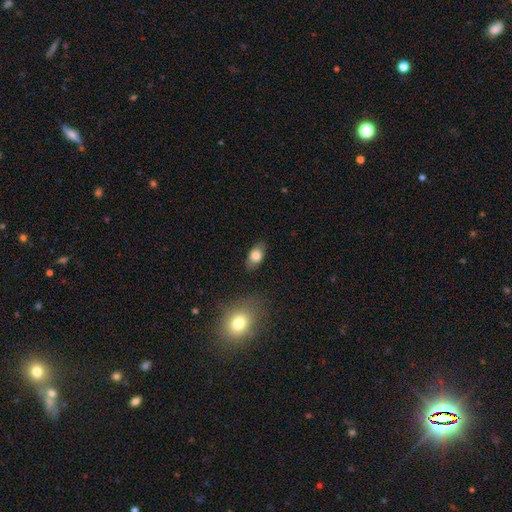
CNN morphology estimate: Smooth or featured?
  - smooth: 81% *
  - featured or disk: 11%
  - star or artifact: 8%
How rounded?
  - in between: 88% *
  - round: 10%
  - cigar-shaped: 2%
Merging?
  - none: 84% *
  - minor disturbance: 12%
  - major disturbance: 3%
  - merger: 2%